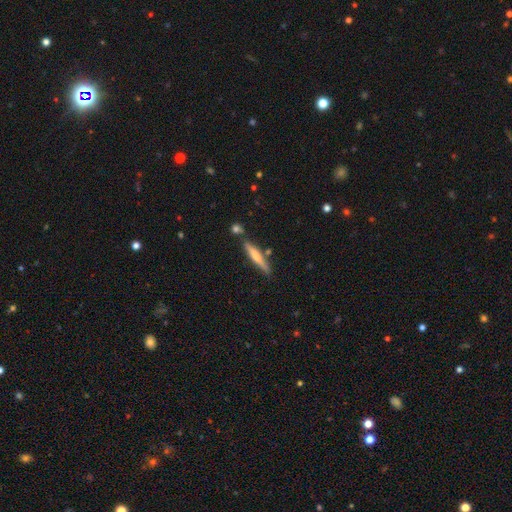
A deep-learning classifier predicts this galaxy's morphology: Overall: smooth (52%; featured or disk 42%). How rounded: cigar-shaped (92%). Merging: none (80%).